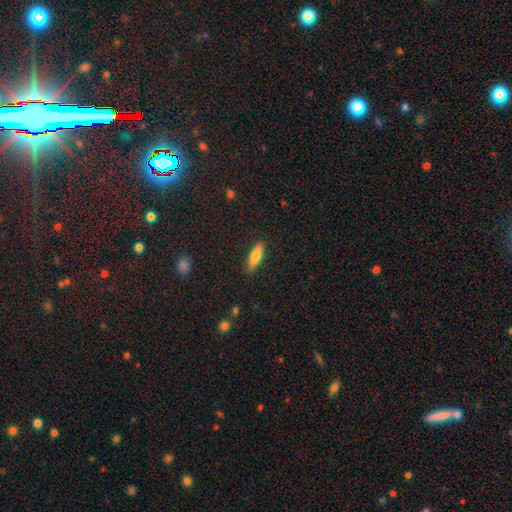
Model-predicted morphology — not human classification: This appears to be a smooth galaxy with no disk features (82%) that is in between round and cigar-shaped (52%). Merging: none (87%).